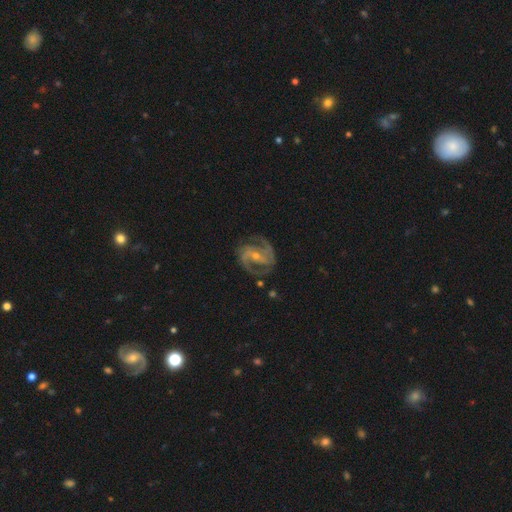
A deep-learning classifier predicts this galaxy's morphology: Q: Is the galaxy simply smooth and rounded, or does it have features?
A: featured or disk — 91%.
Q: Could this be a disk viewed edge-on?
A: no — 98%.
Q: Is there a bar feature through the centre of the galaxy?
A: weak — 42%.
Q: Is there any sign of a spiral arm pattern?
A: yes — 98%.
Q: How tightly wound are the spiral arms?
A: medium — 60%.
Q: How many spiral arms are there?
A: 2 — 88%.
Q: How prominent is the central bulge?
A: small — 65%.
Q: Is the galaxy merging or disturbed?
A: none — 78%.